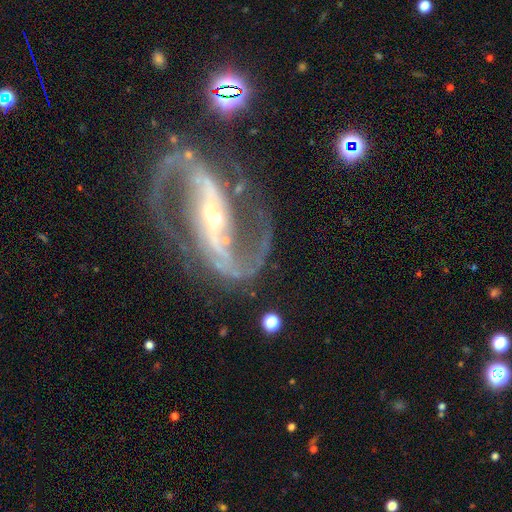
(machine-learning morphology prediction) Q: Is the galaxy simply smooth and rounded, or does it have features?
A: featured or disk — 93%.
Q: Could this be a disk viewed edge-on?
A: no — 97%.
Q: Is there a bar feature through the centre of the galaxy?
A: strong — 64%.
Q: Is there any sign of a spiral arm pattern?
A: yes — 98%.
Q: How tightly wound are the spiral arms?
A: medium — 56%.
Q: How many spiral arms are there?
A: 2 — 94%.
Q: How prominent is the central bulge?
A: small — 52%.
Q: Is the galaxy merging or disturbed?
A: none — 77%.